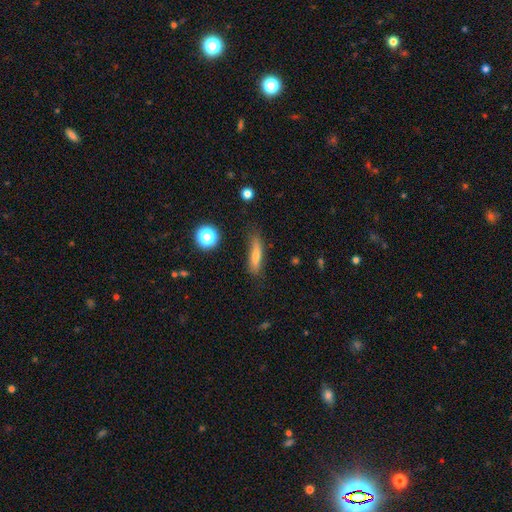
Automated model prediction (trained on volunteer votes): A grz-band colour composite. It shows a smooth galaxy with no disk features (65%) that is cigar-shaped (77%). Merging: none (72%).